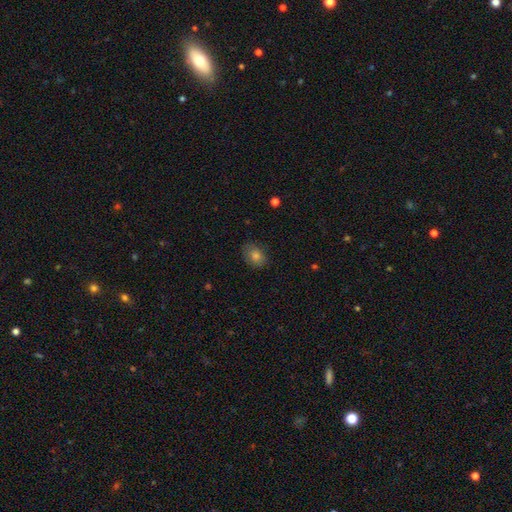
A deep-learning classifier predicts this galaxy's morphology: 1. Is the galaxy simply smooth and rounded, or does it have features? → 78% smooth, 12% star or artifact, 10% featured or disk.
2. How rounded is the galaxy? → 64% in between, 35% round, 1% cigar-shaped.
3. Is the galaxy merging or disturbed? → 81% none, 15% minor disturbance, 3% major disturbance, 1% merger.